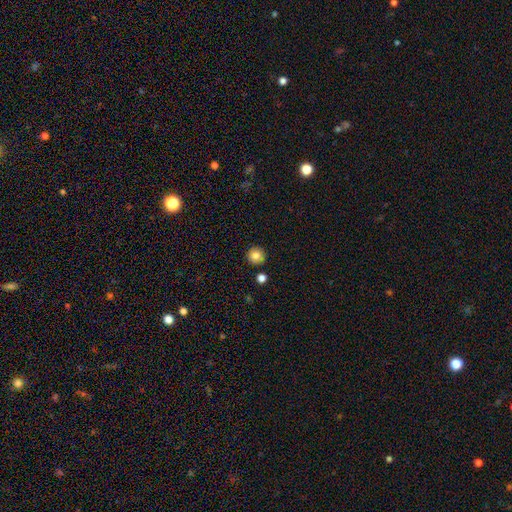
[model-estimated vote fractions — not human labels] This is clearly a smooth galaxy (82%). How rounded: clearly round (95%). Merging: clearly none (89%).